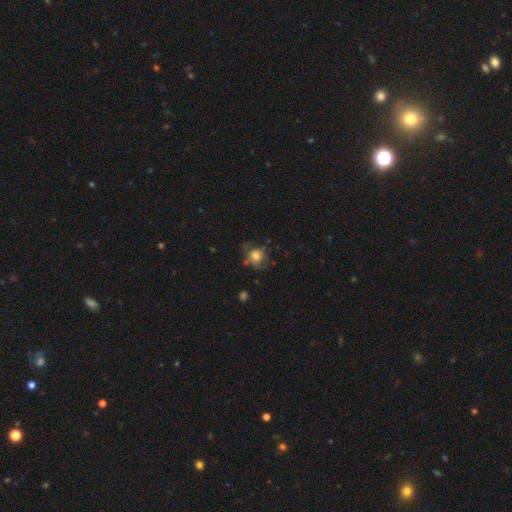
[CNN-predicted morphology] This appears to be a smooth galaxy with no disk features (63%) that is round (74%). Merging: none (52%).